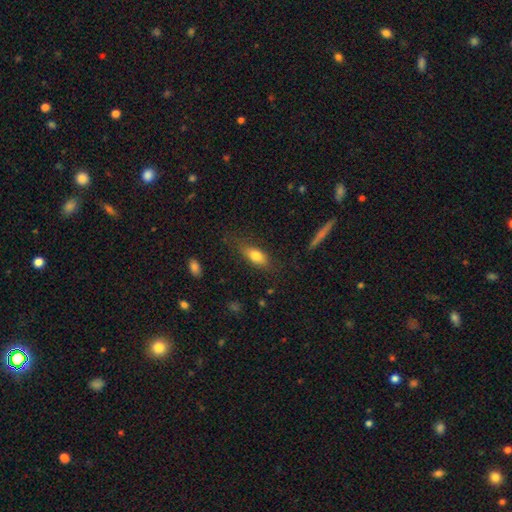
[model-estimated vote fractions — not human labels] Q: Smooth or featured?
A: smooth (77%); runner-up: featured or disk (15%)
Q: How rounded?
A: in between (76%); runner-up: cigar-shaped (19%)
Q: Merging?
A: none (66%); runner-up: minor disturbance (22%)